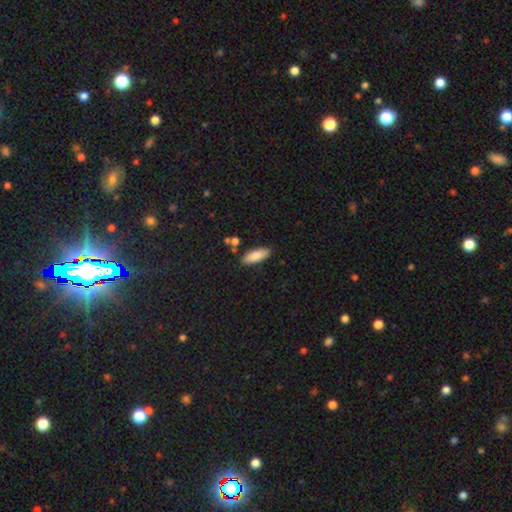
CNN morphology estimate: A smooth galaxy with no disk features (85%) that is in between round and cigar-shaped (70%). Merging: none (83%).